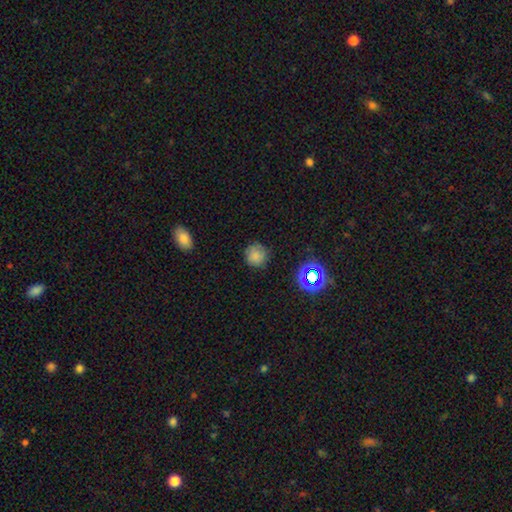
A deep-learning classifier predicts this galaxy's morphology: smooth-or-featured: smooth: 74% | star or artifact: 15% | featured or disk: 11%
  how-rounded: round: 90% | in between: 9% | cigar-shaped: 1%
  merging: none: 77% | minor disturbance: 17% | major disturbance: 5% | merger: 2%